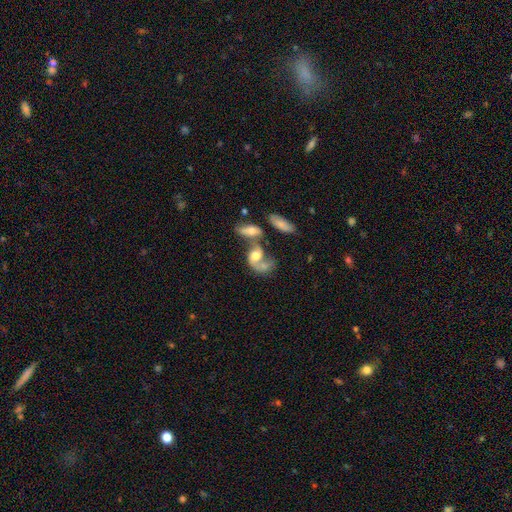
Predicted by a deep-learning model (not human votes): Smooth or featured? featured or disk (57%)
Edge-on disk? no (94%)
Bar? no (74%)
Spiral arms? yes (71%)
Bulge size? moderate (60%)
Merging? merger (62%)